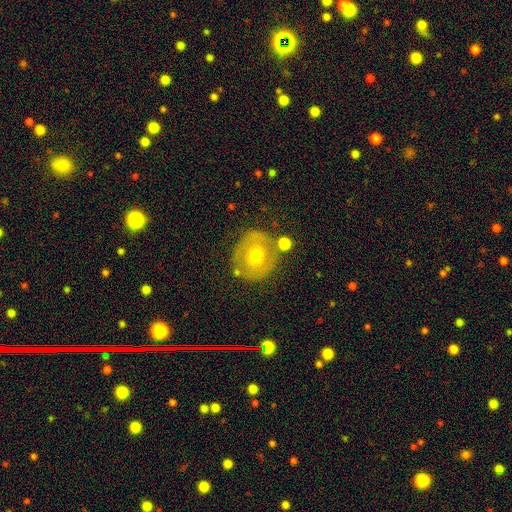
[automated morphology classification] This is possibly a smooth galaxy (49%). Merging: likely none (70%).